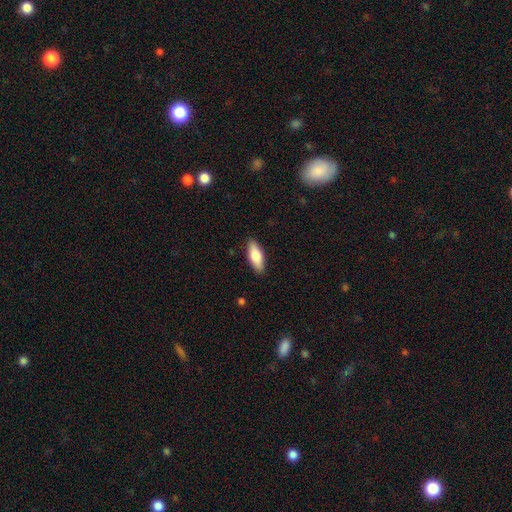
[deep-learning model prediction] smooth-or-featured: smooth: 76% | featured or disk: 19% | star or artifact: 6%
  how-rounded: in between: 72% | cigar-shaped: 26% | round: 2%
  merging: none: 89% | minor disturbance: 8% | major disturbance: 2% | merger: 1%